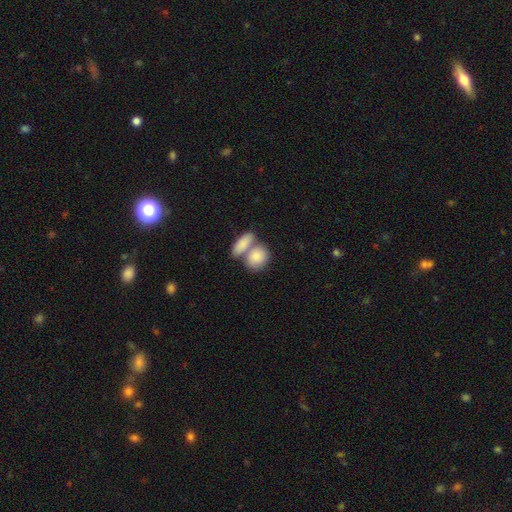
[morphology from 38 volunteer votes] Smooth or featured: smooth — 79% (featured or disk — 13%)
How rounded: in between — 63% (round — 27%)
Merging: merger — 51% (none — 37%)